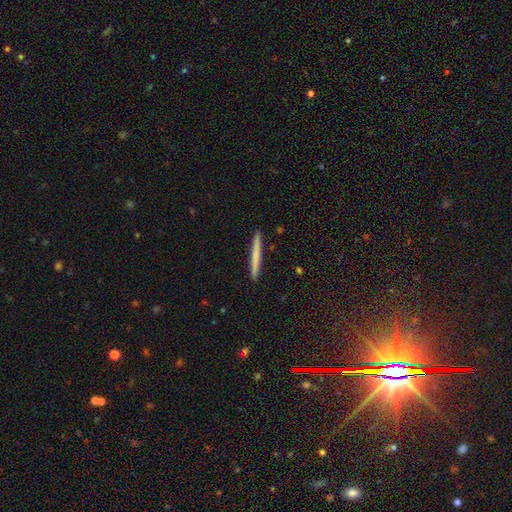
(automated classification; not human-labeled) smooth 68%, featured or disk 26%, star or artifact 6%. Down the decision tree: how rounded — cigar-shaped (97%); merging — none (93%).